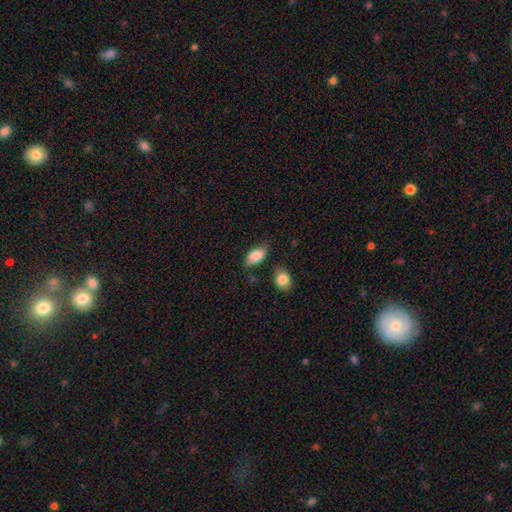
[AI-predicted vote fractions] Smooth or featured: smooth — 84% (featured or disk — 9%)
How rounded: in between — 92% (round — 5%)
Merging: none — 70% (minor disturbance — 21%)